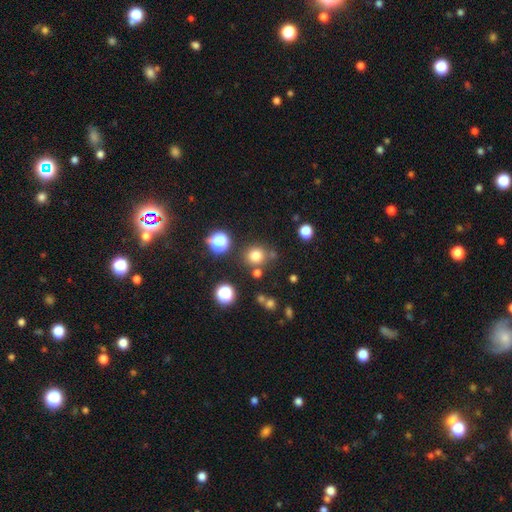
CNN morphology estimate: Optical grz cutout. It shows a smooth galaxy with no disk features (75%) that is round (89%). Merging: none (78%).